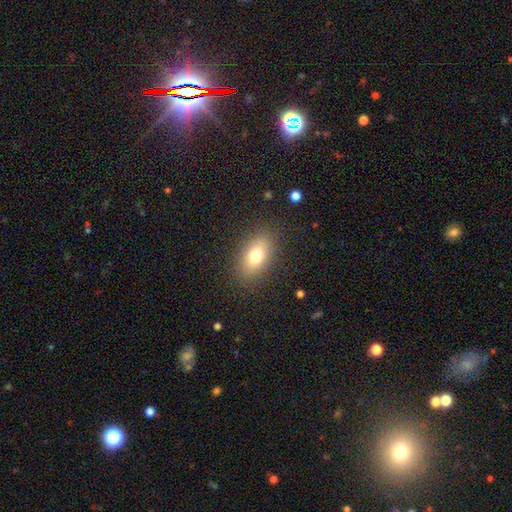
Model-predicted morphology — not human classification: smooth-or-featured: smooth: 75% | featured or disk: 15% | star or artifact: 10%
  how-rounded: in between: 85% | round: 10% | cigar-shaped: 4%
  merging: none: 85% | minor disturbance: 10% | major disturbance: 4% | merger: 1%